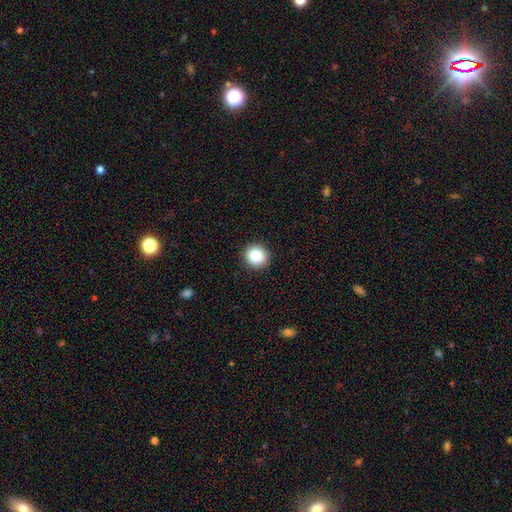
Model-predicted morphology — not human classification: Overall: smooth (85%). How rounded: round (91%). Merging: none (93%).